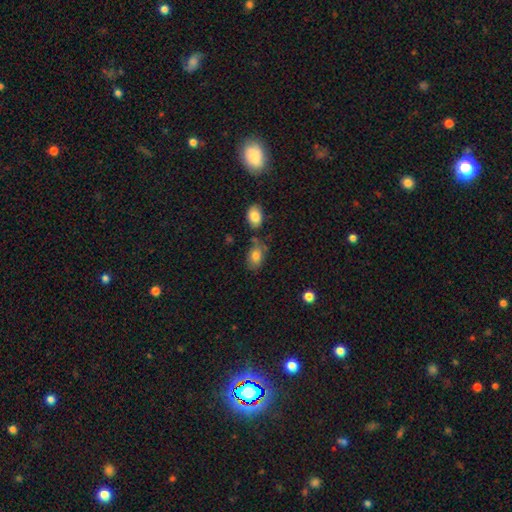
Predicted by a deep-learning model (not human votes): Smooth or featured?
  - smooth: 80% *
  - featured or disk: 12%
  - star or artifact: 8%
How rounded?
  - in between: 86% *
  - round: 13%
  - cigar-shaped: 2%
Merging?
  - none: 61% *
  - minor disturbance: 20%
  - merger: 13%
  - major disturbance: 5%